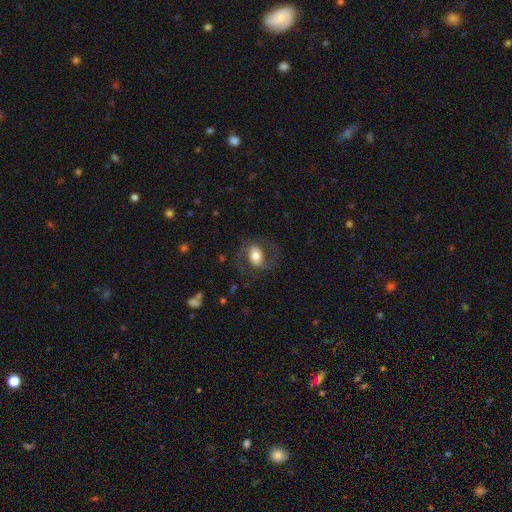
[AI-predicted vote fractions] This appears to be a featured or disk galaxy (59%) with a weak bar (36%), spiral arms (81%) and a moderate central bulge (52%). Merging: none (68%).